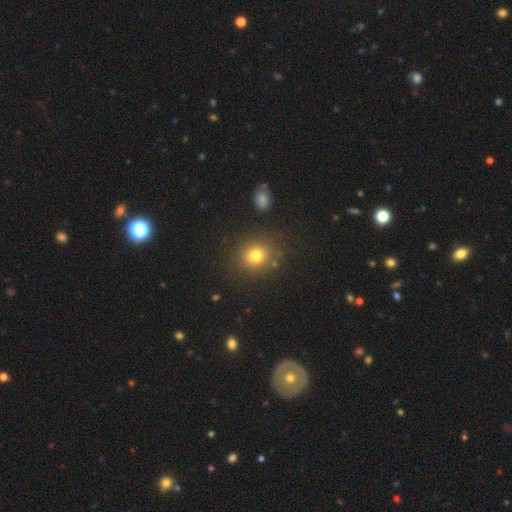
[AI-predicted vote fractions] smooth_or_featured: smooth (p=0.78) [alt: star or artifact p=0.14]
how_rounded: round (p=0.82) [alt: in between p=0.17]
merging: none (p=0.83) [alt: minor disturbance p=0.09]